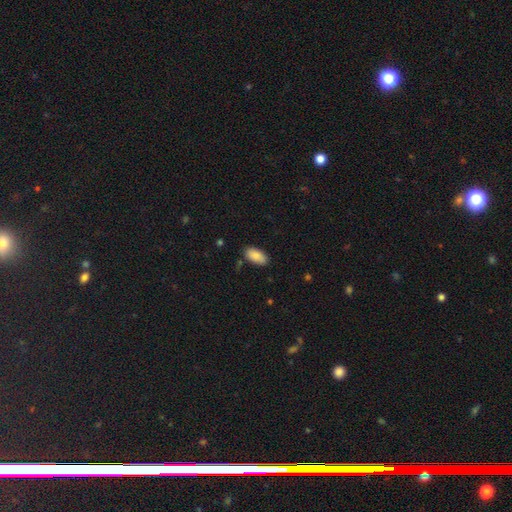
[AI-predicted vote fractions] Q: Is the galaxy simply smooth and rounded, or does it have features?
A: smooth — 85%.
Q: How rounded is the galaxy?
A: in between — 94%.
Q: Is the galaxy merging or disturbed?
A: none — 84%.